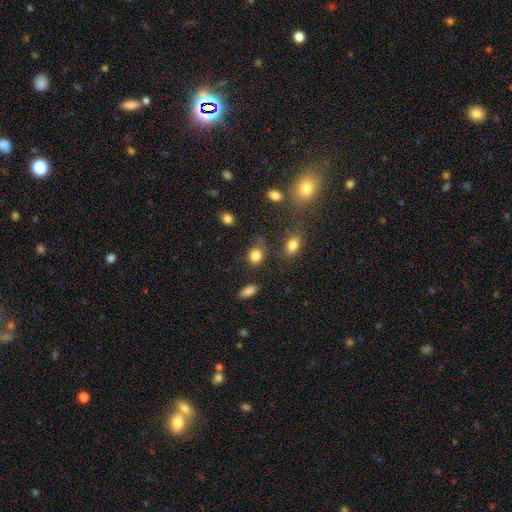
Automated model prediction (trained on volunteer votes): smooth_or_featured: smooth (p=0.83) [alt: star or artifact p=0.11]
how_rounded: round (p=0.61) [alt: in between p=0.38]
merging: none (p=0.57) [alt: minor disturbance p=0.27]